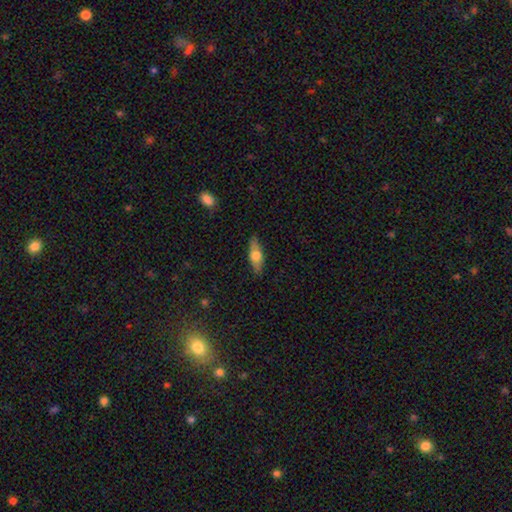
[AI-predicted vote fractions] This appears to be a smooth galaxy with no disk features (54%) that is in between round and cigar-shaped (56%). Merging: none (84%).